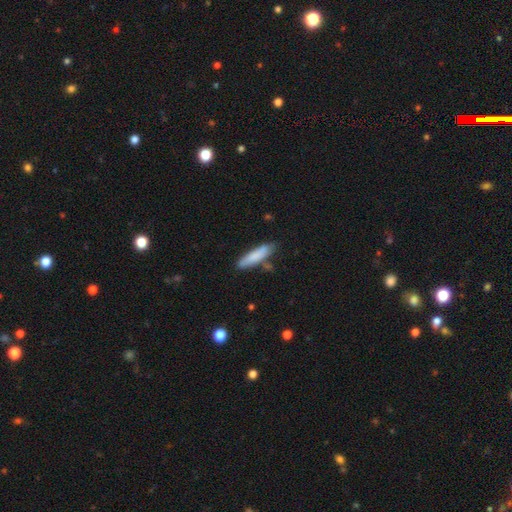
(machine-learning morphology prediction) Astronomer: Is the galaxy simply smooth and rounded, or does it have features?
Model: smooth — 81%.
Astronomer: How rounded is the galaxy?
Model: cigar-shaped — 76%.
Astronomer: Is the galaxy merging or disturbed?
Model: none — 75%.